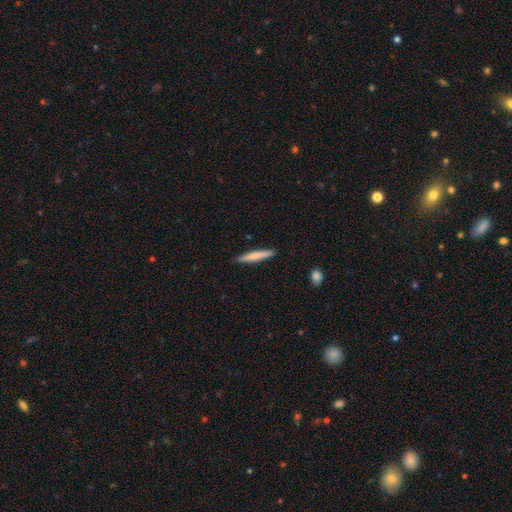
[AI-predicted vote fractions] Smooth or featured? smooth (70%)
How rounded? cigar-shaped (93%)
Merging? none (89%)